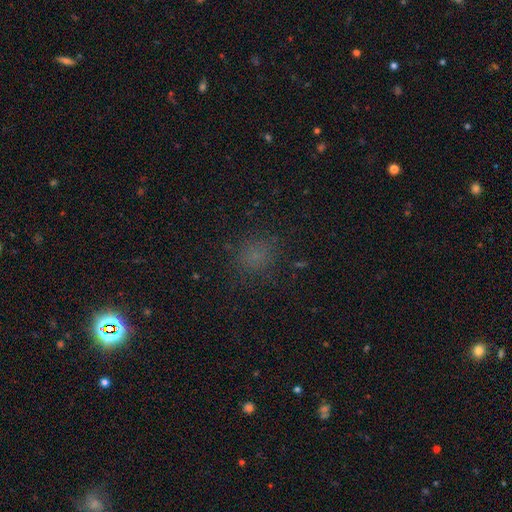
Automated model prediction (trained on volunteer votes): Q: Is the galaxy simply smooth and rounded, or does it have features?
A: smooth — 65%.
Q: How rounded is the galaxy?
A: round — 82%.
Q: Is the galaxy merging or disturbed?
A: none — 82%.